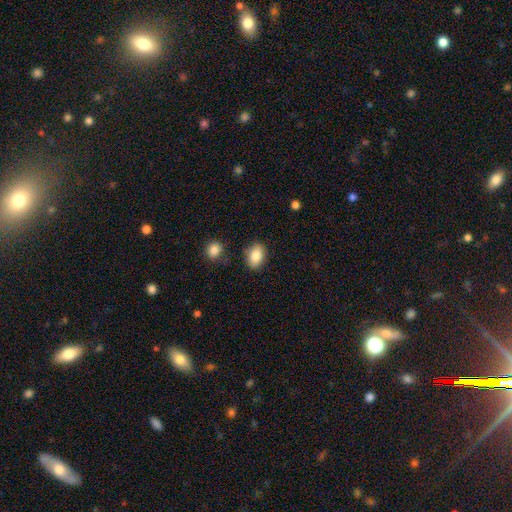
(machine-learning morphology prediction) smooth_or_featured: smooth (p=0.85) [alt: star or artifact p=0.08]
how_rounded: in between (p=0.80) [alt: round p=0.19]
merging: none (p=0.81) [alt: minor disturbance p=0.12]